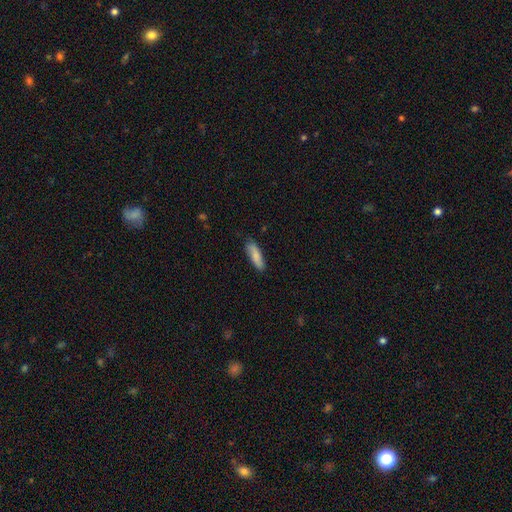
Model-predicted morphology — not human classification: This is clearly a smooth galaxy (82%). How rounded: possibly cigar-shaped (57%). Merging: clearly none (83%).